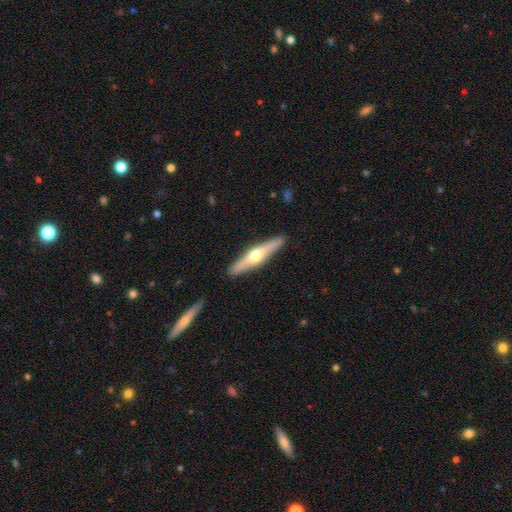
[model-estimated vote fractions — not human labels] Overall: featured or disk (64%; smooth 31%). Edge-on disk: yes (96%). Edge-on bulge: rounded (93%). Merging: none (91%).